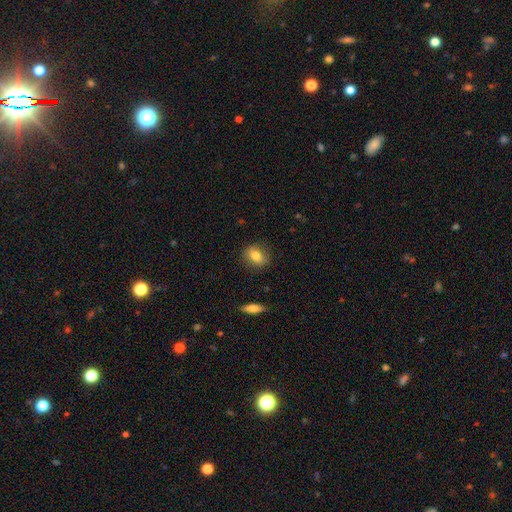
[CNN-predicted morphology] A smooth galaxy with no disk features (77%) that is in between round and cigar-shaped (51%). Merging: none (83%).